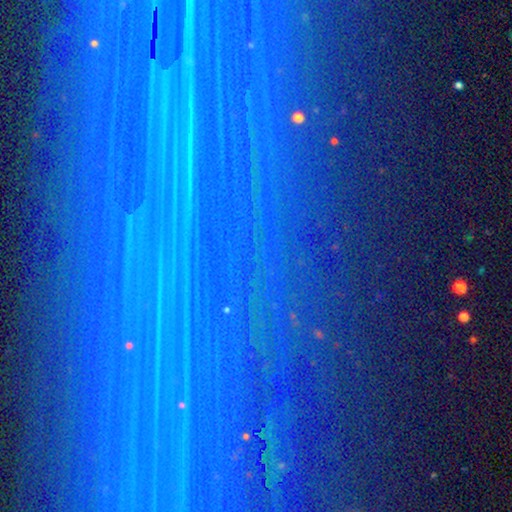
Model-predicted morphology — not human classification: Q: Smooth or featured?
A: star or artifact (86%); runner-up: smooth (7%)